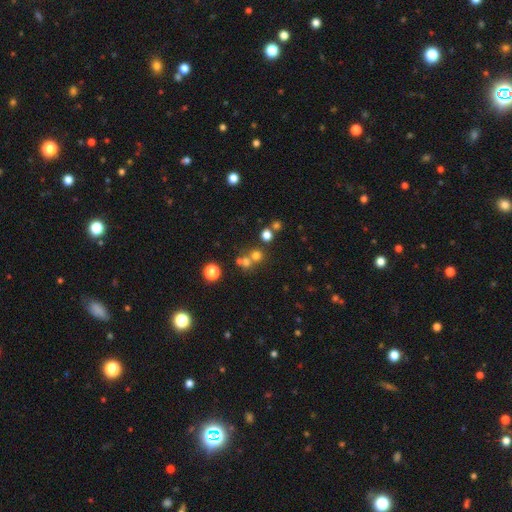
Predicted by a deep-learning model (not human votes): This appears to be a smooth galaxy with no disk features (64%) that is round (88%). Merging: none (53%).